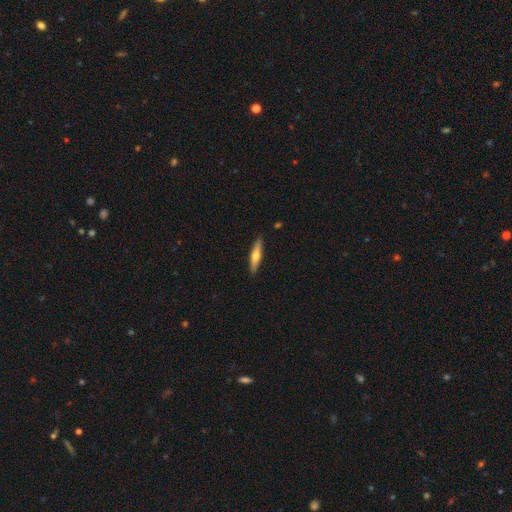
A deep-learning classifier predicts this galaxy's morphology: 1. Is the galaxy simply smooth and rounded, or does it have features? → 50% smooth, 45% featured or disk, 6% star or artifact.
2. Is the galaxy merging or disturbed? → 89% none, 8% minor disturbance, 2% major disturbance, 1% merger.